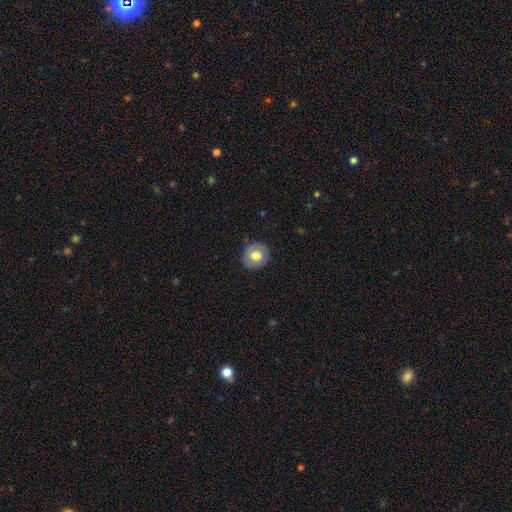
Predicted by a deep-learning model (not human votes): This is likely a smooth galaxy (74%). How rounded: clearly round (86%). Merging: clearly none (87%).